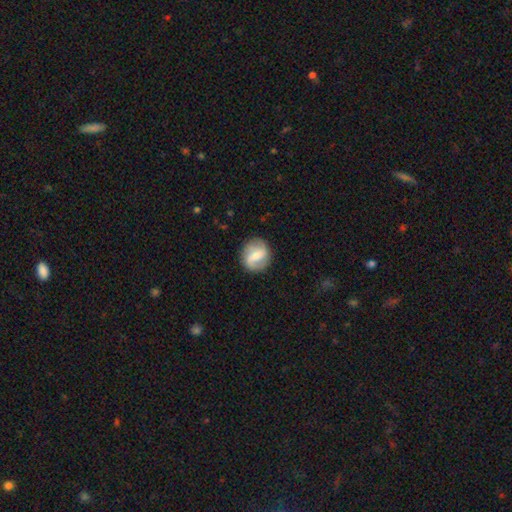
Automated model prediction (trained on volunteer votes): Smooth or featured: featured or disk — 64% (smooth — 29%)
Edge-on disk: no — 97% (yes — 3%)
Bar: weak — 48% (strong — 33%)
Spiral arms: yes — 88% (no — 12%)
Spiral winding: loose — 46% (medium — 37%)
Spiral arm count: 2 — 84% (can't tell — 7%)
Bulge size: small — 49% (moderate — 39%)
Merging: none — 84% (minor disturbance — 11%)